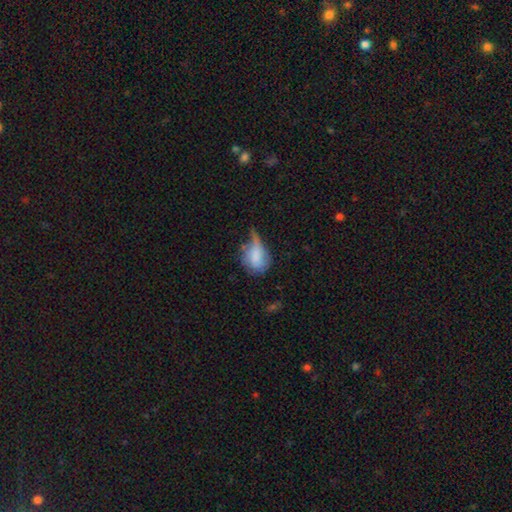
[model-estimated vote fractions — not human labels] This appears to be a smooth galaxy with no disk features (68%) that is in between round and cigar-shaped (69%). Merging: minor disturbance (37%).